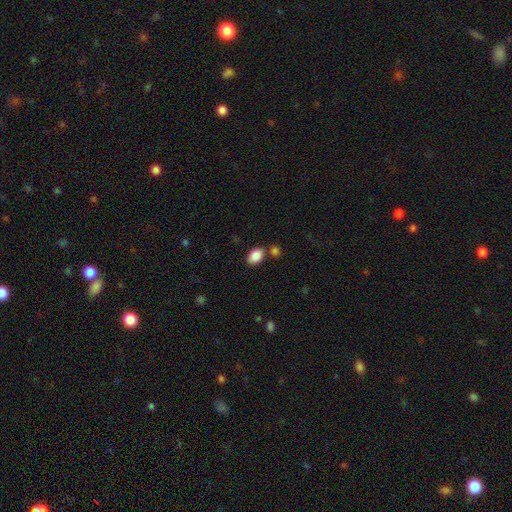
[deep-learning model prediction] smooth-or-featured: smooth: 87% | star or artifact: 8% | featured or disk: 5%
  how-rounded: in between: 83% | round: 16% | cigar-shaped: 1%
  merging: none: 73% | merger: 12% | minor disturbance: 12% | major disturbance: 3%